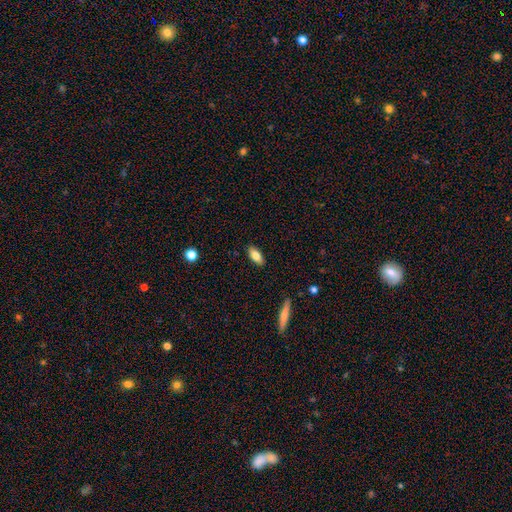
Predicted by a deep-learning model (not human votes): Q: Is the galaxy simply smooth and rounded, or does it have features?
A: smooth — 80%.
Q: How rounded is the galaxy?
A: in between — 83%.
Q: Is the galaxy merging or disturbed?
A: none — 88%.